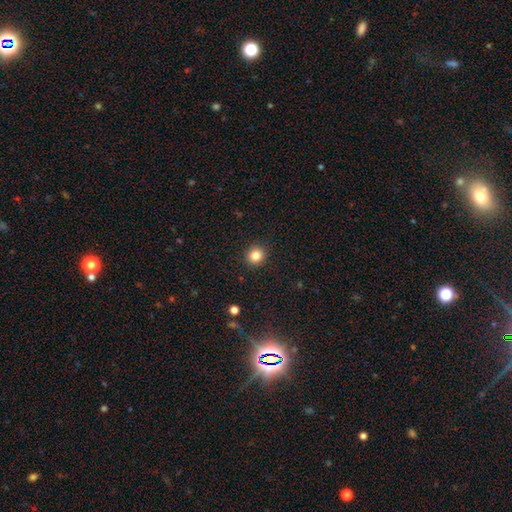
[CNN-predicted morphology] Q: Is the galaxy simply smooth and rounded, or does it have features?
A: smooth — 83%.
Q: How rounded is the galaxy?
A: round — 90%.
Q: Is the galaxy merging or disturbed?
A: none — 92%.